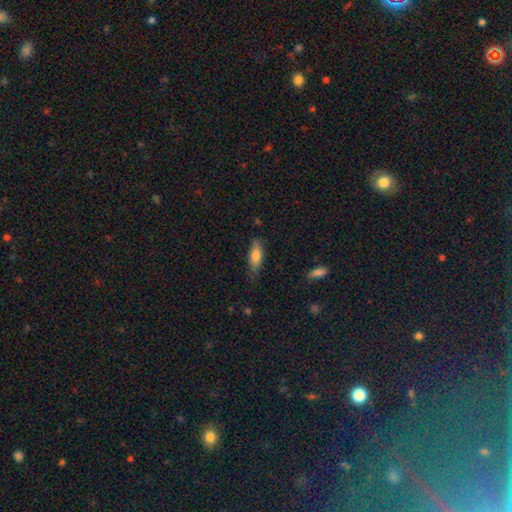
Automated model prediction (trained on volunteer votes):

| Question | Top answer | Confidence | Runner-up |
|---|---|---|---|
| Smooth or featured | smooth | 75% | featured or disk (18%) |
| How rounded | in between | 62% | cigar-shaped (35%) |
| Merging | none | 72% | minor disturbance (22%) |